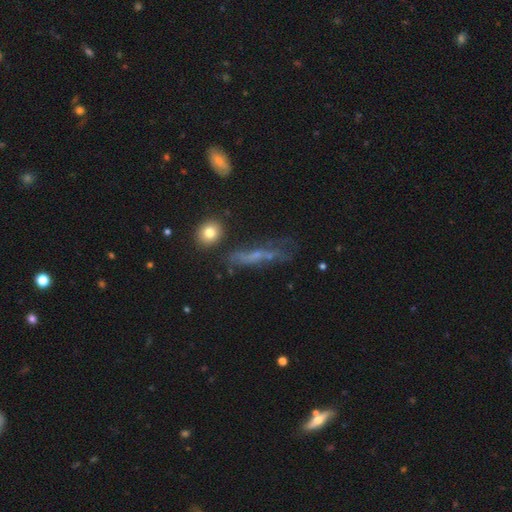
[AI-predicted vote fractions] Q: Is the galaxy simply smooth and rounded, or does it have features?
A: featured or disk — 46%.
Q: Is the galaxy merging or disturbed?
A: none — 47%.